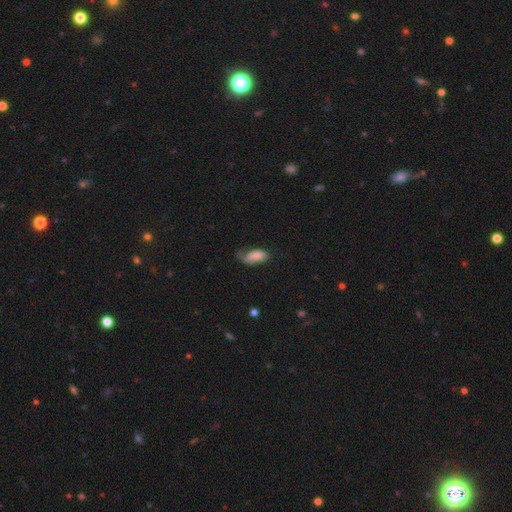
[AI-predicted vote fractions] Smooth or featured?
  - smooth: 79% *
  - featured or disk: 13%
  - star or artifact: 8%
How rounded?
  - in between: 91% *
  - cigar-shaped: 6%
  - round: 3%
Merging?
  - minor disturbance: 35% *
  - none: 33%
  - major disturbance: 29%
  - merger: 3%